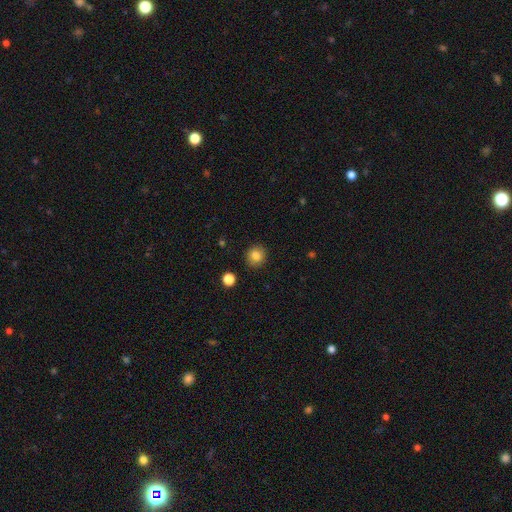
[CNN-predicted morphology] Overall: smooth (83%). How rounded: round (87%). Merging: none (90%).